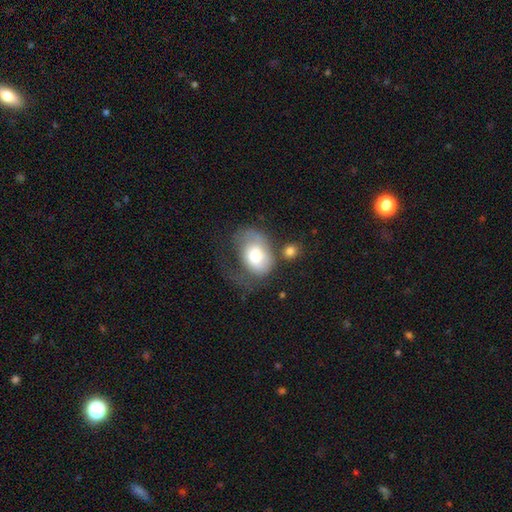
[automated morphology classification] Overall: smooth (63%; featured or disk 30%). How rounded: in between (71%). Merging: major disturbance (41%; none 24%).